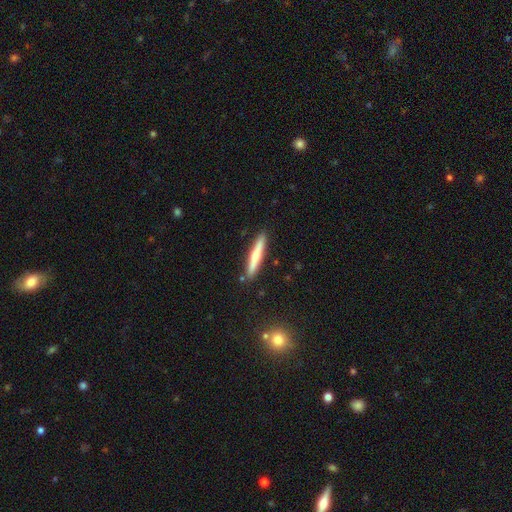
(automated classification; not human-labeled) Smooth or featured?
  - smooth: 55% *
  - featured or disk: 39%
  - star or artifact: 6%
How rounded?
  - cigar-shaped: 94% *
  - in between: 5%
  - round: 1%
Merging?
  - none: 88% *
  - minor disturbance: 8%
  - merger: 2%
  - major disturbance: 2%